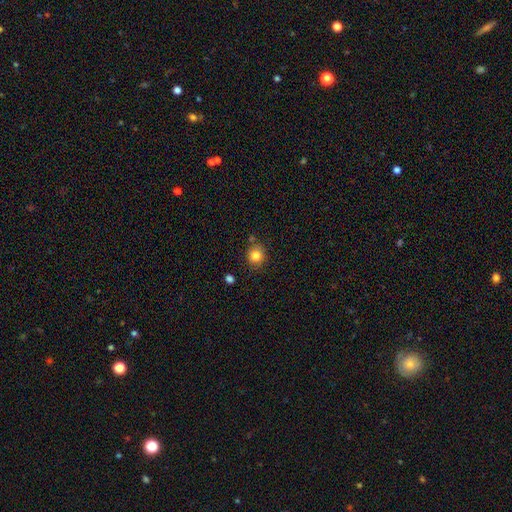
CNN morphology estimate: This appears to be a smooth galaxy with no disk features (83%) that is round (86%). Merging: none (81%).